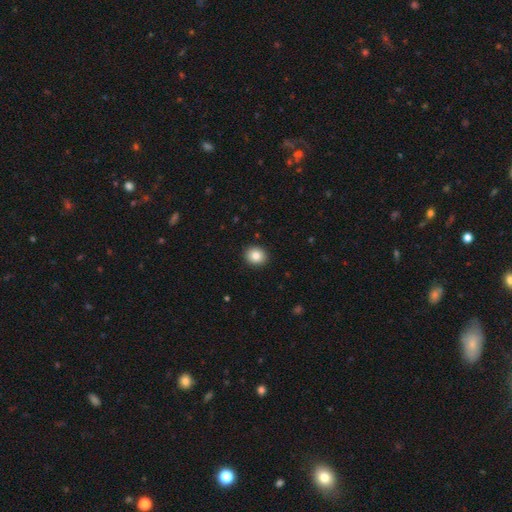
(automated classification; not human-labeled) Overall: smooth (84%). How rounded: round (77%). Merging: none (92%).